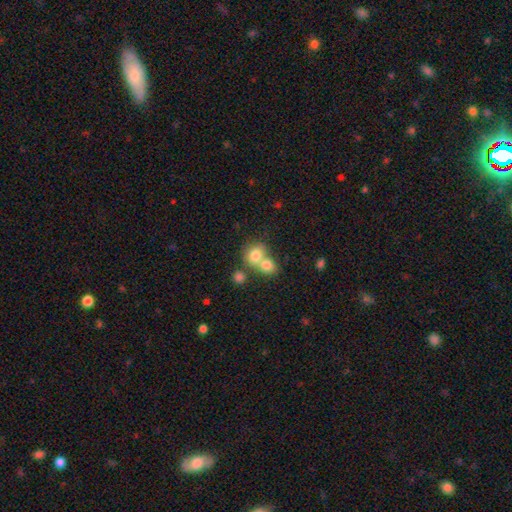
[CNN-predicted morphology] A smooth galaxy with no disk features (76%) that is round (64%).

Vote fractions:
- Smooth or featured? smooth: 76% / featured or disk: 13% / star or artifact: 10%
- How rounded? round: 64% / in between: 35% / cigar-shaped: 1%
- Merging? merger: 59% / none: 31% / minor disturbance: 7% / major disturbance: 3%